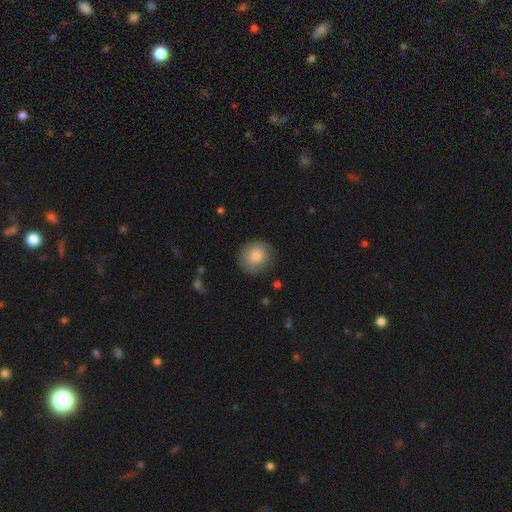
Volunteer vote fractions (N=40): Smooth or featured: smooth — 80% (featured or disk — 10%)
How rounded: round — 97% (in between — 3%)
Merging: none — 81% (minor disturbance — 11%)